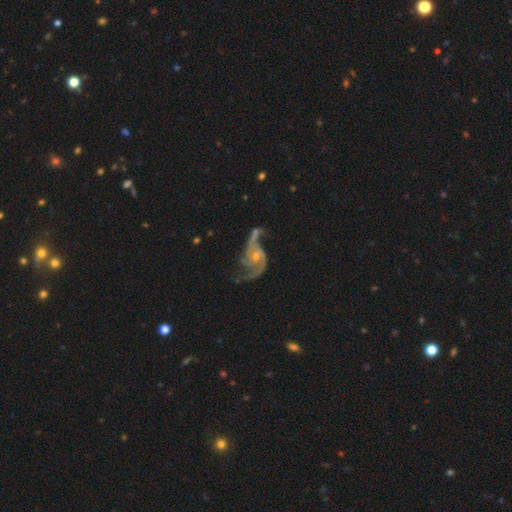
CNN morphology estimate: Q: Smooth or featured?
A: featured or disk (91%); runner-up: star or artifact (5%)
Q: Edge-on disk?
A: no (97%); runner-up: yes (3%)
Q: Bar?
A: no (64%); runner-up: weak (28%)
Q: Spiral arms?
A: yes (97%); runner-up: no (3%)
Q: Spiral winding?
A: loose (47%); runner-up: medium (41%)
Q: Spiral arm count?
A: 2 (84%); runner-up: 3 (6%)
Q: Bulge size?
A: small (61%); runner-up: moderate (34%)
Q: Merging?
A: none (48%); runner-up: minor disturbance (20%)